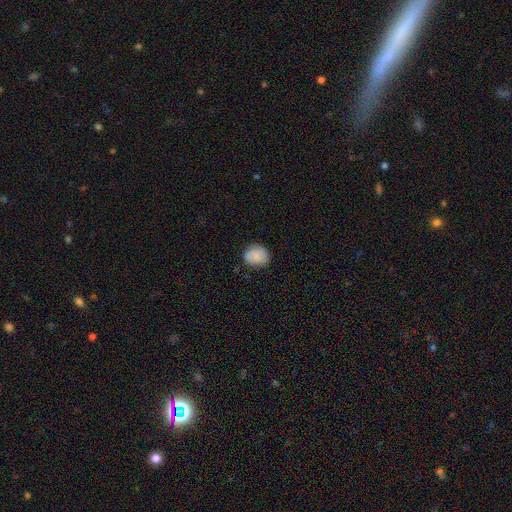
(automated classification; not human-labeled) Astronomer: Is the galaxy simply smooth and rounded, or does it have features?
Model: smooth — 82%.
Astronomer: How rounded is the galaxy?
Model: round — 71%.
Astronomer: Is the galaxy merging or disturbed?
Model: none — 77%.